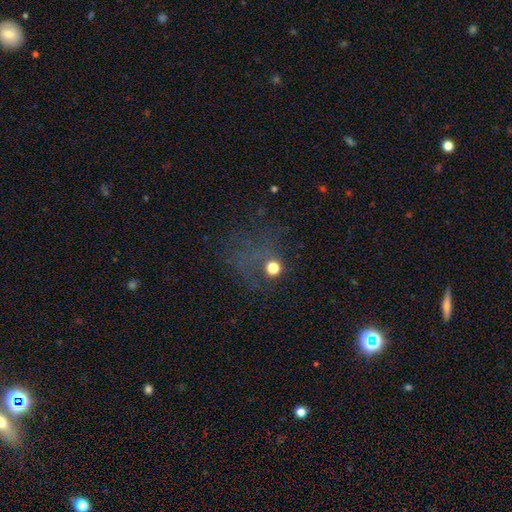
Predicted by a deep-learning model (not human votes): This is possibly a star or artifact rather than a galaxy (47%).